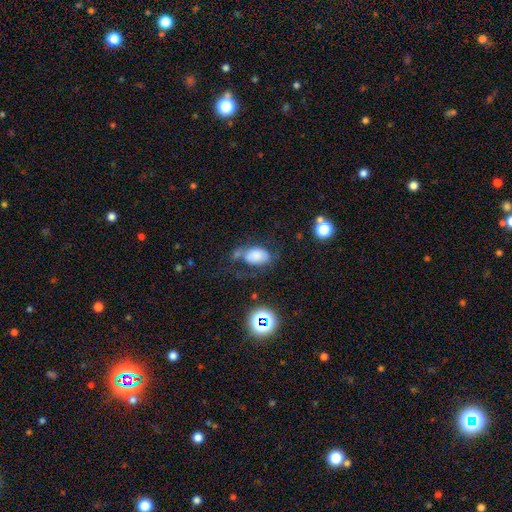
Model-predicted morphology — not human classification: Overall: smooth (72%). How rounded: in between (90%). Merging: none (42%; minor disturbance 25%).